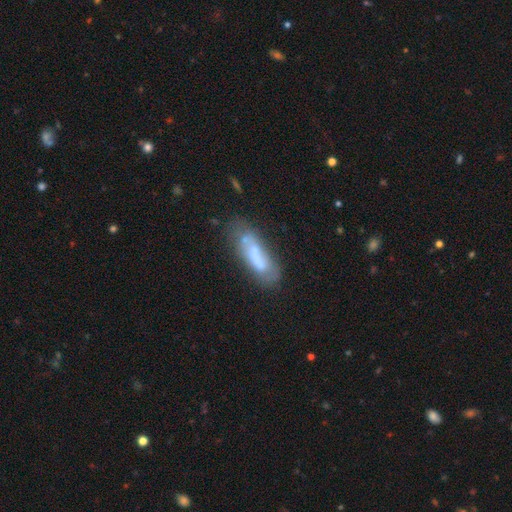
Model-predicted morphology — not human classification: smooth_or_featured: smooth (p=0.51) [alt: featured or disk p=0.39]
how_rounded: in between (p=0.51) [alt: cigar-shaped p=0.47]
merging: none (p=0.43) [alt: minor disturbance p=0.23]